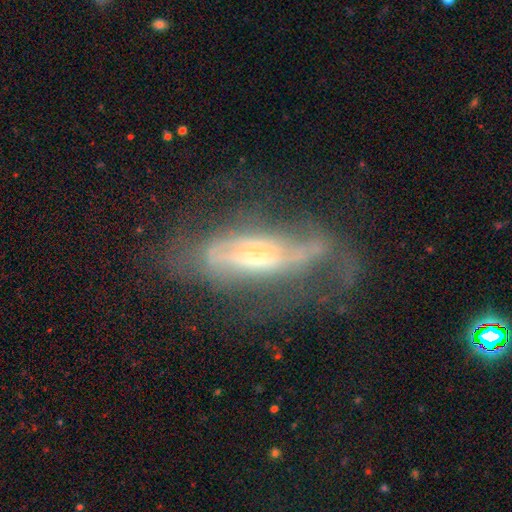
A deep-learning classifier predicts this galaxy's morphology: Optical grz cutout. It shows a featured or disk galaxy (69%). Merging: major disturbance (42%).